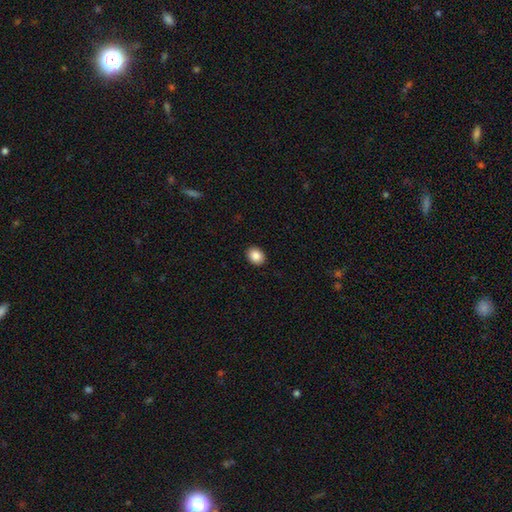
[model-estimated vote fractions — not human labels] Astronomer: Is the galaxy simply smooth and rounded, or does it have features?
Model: smooth — 88%.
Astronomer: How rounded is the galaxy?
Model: in between — 54% (runner-up: round, 45%).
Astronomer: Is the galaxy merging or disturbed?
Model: none — 91%.